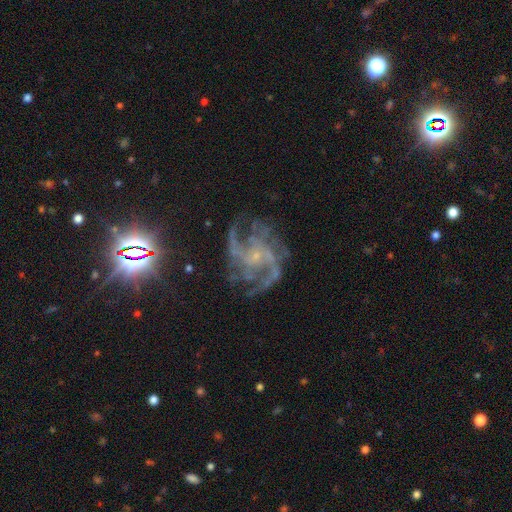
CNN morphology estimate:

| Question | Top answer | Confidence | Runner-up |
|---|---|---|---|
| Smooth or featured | featured or disk | 85% | star or artifact (10%) |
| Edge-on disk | no | 98% | yes (2%) |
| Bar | no | 65% | weak (27%) |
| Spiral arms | yes | 96% | no (4%) |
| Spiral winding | medium | 53% | loose (26%) |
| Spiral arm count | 3 | 30% | 2 (27%) |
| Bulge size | small | 76% | none (12%) |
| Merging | none | 65% | minor disturbance (18%) |